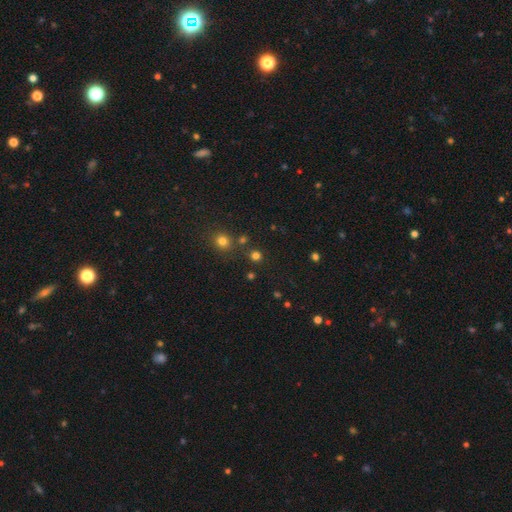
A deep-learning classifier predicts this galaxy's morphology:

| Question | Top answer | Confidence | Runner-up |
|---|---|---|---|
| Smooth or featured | smooth | 73% | star or artifact (23%) |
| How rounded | round | 89% | in between (10%) |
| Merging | none | 81% | merger (9%) |